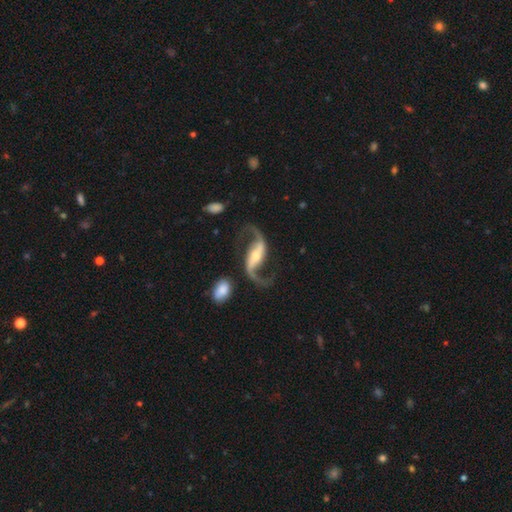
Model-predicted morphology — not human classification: Overall: featured or disk (93%). Edge-on disk: no (97%). Bar: strong (51%; weak 29%). Spiral arms: yes (98%). Spiral arm count: 2 (94%). Spiral winding: loose (82%). Bulge size: moderate (48%; small 43%). Merging: none (76%).